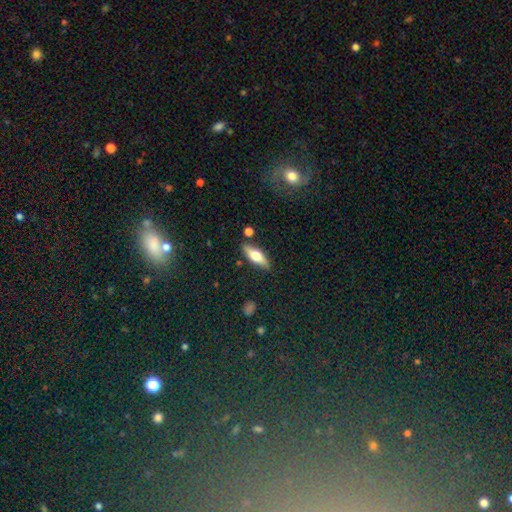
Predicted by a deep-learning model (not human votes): Smooth or featured? Predicted: smooth (p=0.54). How rounded? Predicted: in between (p=0.57). Merging? Predicted: none (p=0.82).